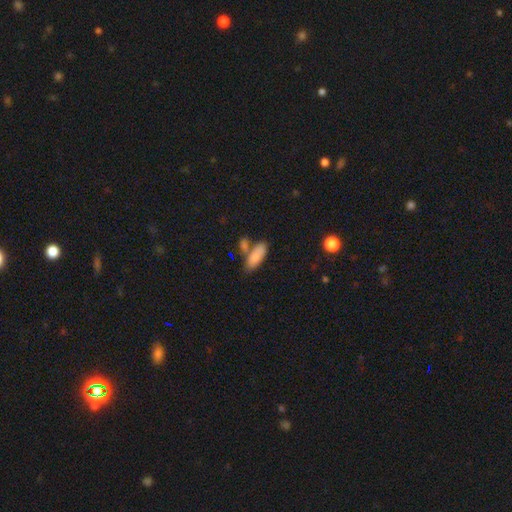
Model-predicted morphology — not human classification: Smooth or featured?
  - smooth: 82% *
  - featured or disk: 11%
  - star or artifact: 7%
How rounded?
  - in between: 77% *
  - cigar-shaped: 20%
  - round: 2%
Merging?
  - none: 51% *
  - merger: 28%
  - minor disturbance: 15%
  - major disturbance: 5%